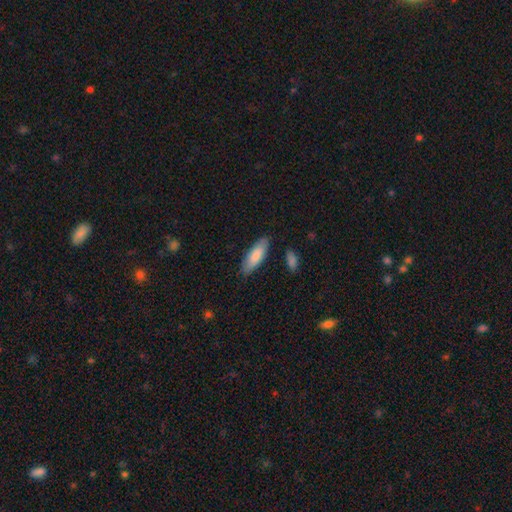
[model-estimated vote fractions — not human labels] Smooth or featured?
  - smooth: 83% *
  - featured or disk: 12%
  - star or artifact: 5%
How rounded?
  - in between: 64% *
  - cigar-shaped: 34%
  - round: 2%
Merging?
  - none: 82% *
  - minor disturbance: 13%
  - major disturbance: 2%
  - merger: 2%